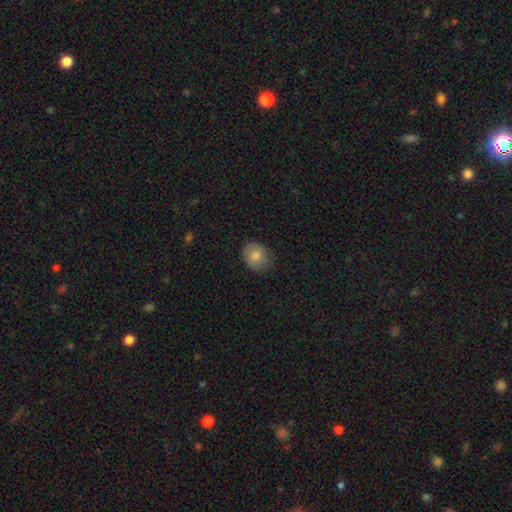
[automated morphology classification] Overall: smooth (81%). How rounded: round (64%; in between 35%). Merging: none (78%).